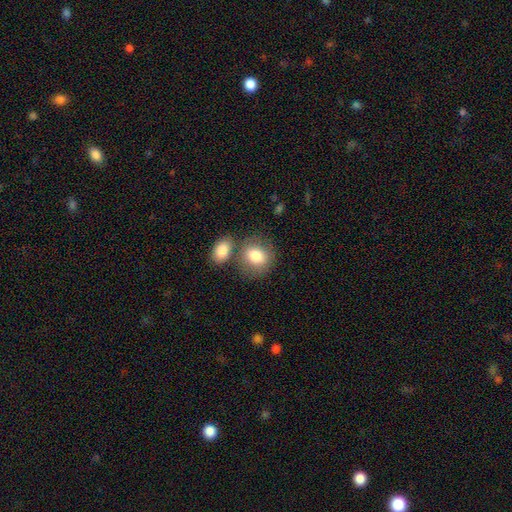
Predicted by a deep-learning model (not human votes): A smooth galaxy with no disk features (84%) that is round (56%). Merging: none (58%).